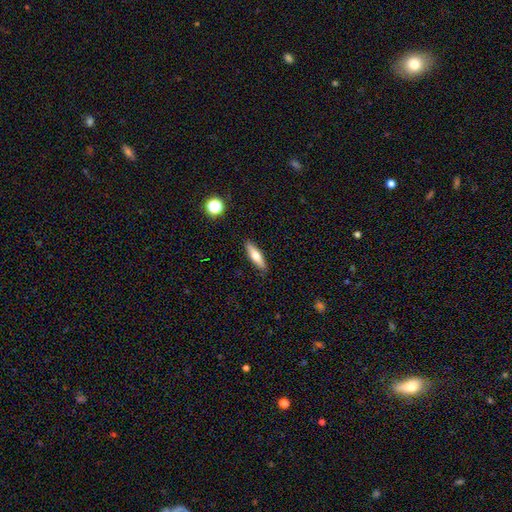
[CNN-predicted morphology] type=smooth (61%); roundness=cigar-shaped (68%); merging=none (89%).